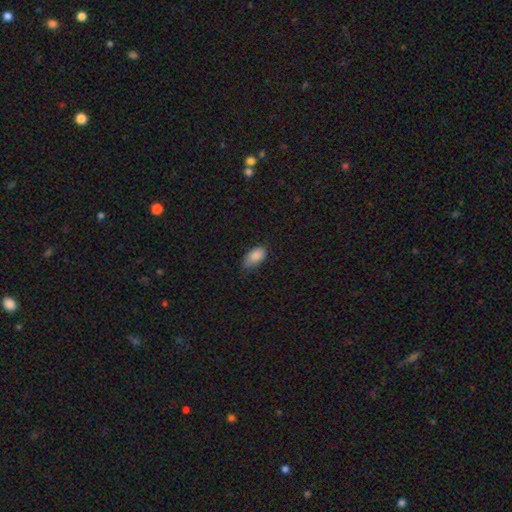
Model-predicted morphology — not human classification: Overall: smooth (87%). How rounded: in between (94%). Merging: none (59%; minor disturbance 34%).